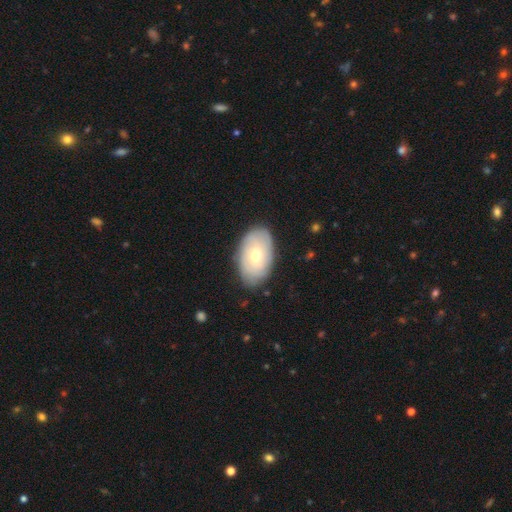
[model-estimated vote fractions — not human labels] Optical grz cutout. It shows a smooth galaxy with no disk features (49%). Merging: none (81%).